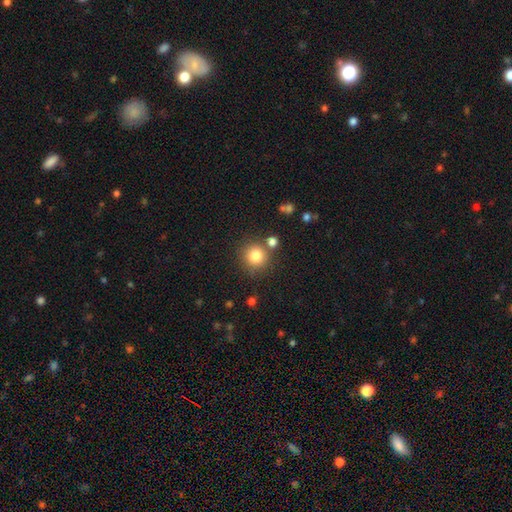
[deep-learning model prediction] smooth 82%, star or artifact 11%, featured or disk 7%. Down the decision tree: how rounded — round (93%); merging — none (78%).